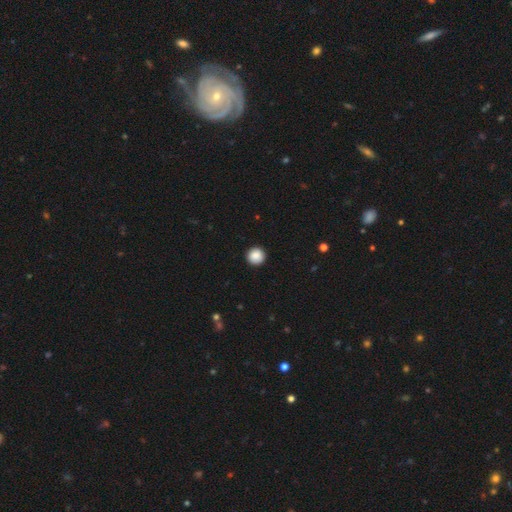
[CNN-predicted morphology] Smooth or featured? Predicted: smooth (p=0.88). How rounded? Predicted: round (p=0.96). Merging? Predicted: none (p=0.93).